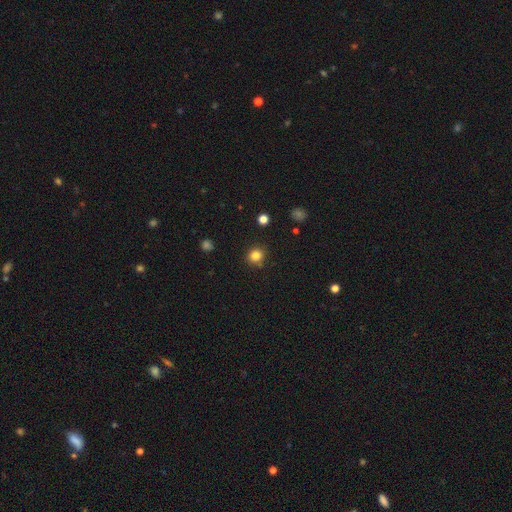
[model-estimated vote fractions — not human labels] Smooth or featured? Predicted: smooth (p=0.83). How rounded? Predicted: round (p=0.88). Merging? Predicted: none (p=0.85).